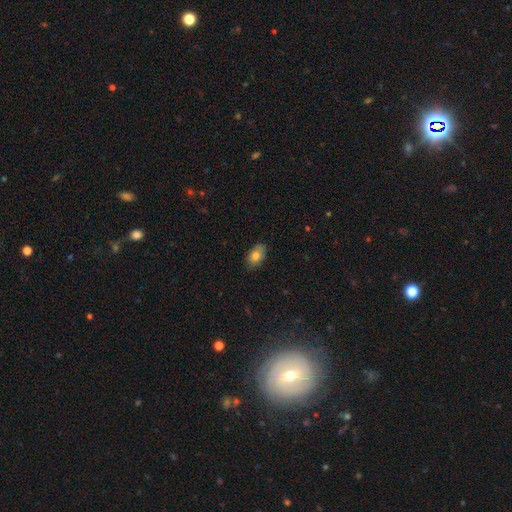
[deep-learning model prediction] Morphology: type=smooth (79%); roundness=in between (88%); merging=none (82%).